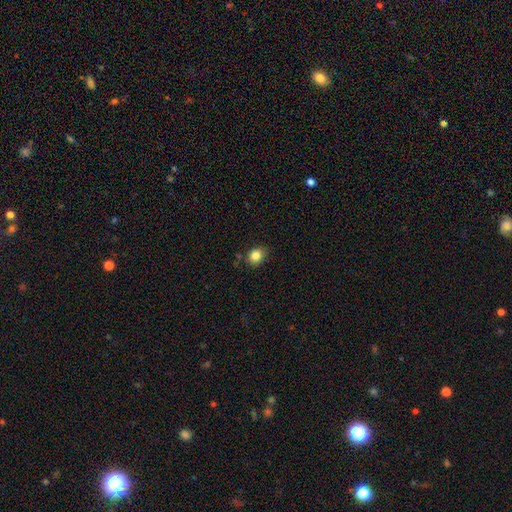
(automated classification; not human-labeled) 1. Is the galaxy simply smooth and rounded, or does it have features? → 84% smooth, 10% star or artifact, 5% featured or disk.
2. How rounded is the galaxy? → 60% round, 39% in between, 1% cigar-shaped.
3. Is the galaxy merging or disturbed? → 78% none, 16% minor disturbance, 3% major disturbance, 3% merger.